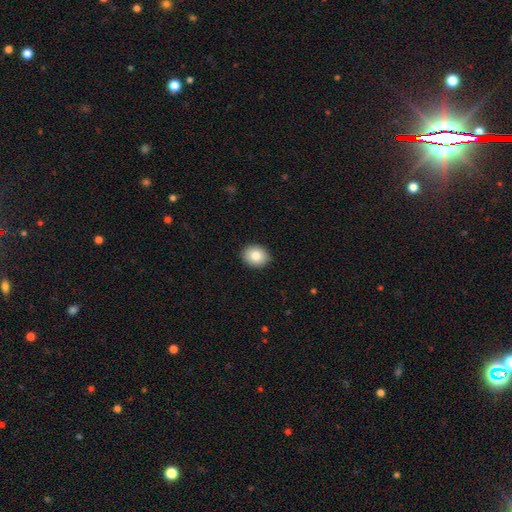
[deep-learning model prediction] A smooth galaxy with no disk features (83%) that is round (60%).

Vote fractions:
- Smooth or featured? smooth: 83% / featured or disk: 9% / star or artifact: 8%
- How rounded? round: 60% / in between: 39% / cigar-shaped: 1%
- Merging? none: 90% / minor disturbance: 7% / major disturbance: 2% / merger: 1%